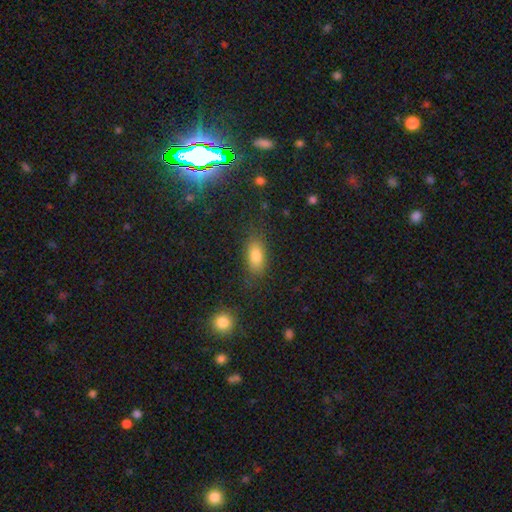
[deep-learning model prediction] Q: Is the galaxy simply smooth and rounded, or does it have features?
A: smooth — 78%.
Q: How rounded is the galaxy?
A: in between — 82%.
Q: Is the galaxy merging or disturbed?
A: none — 80%.